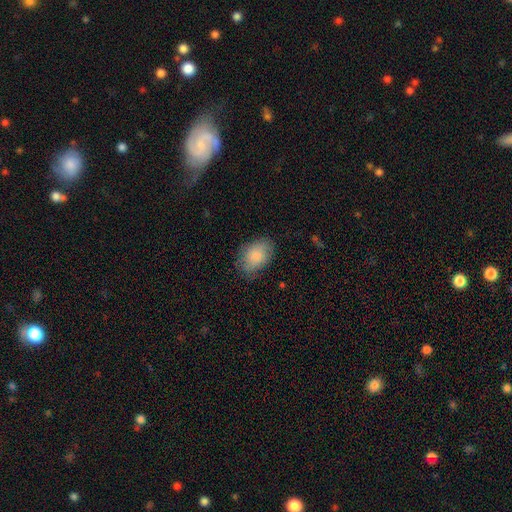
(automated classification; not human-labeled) smooth_or_featured: smooth (p=0.82) [alt: featured or disk p=0.12]
how_rounded: in between (p=0.84) [alt: round p=0.14]
merging: none (p=0.77) [alt: minor disturbance p=0.18]